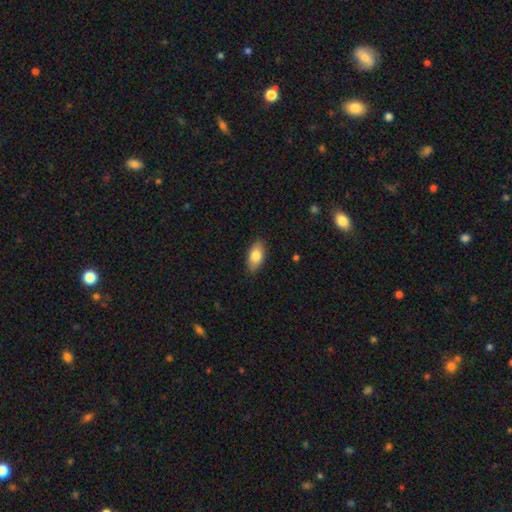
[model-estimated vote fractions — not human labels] This appears to be a smooth galaxy with no disk features (82%) that is in between round and cigar-shaped (91%). Merging: none (86%).